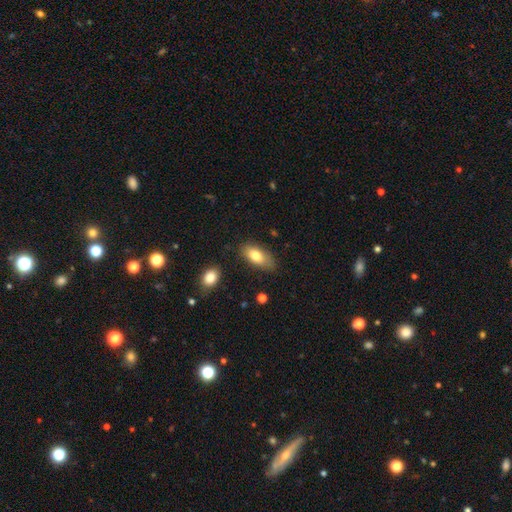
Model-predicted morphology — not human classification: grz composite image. It shows a smooth galaxy with no disk features (77%) that is in between round and cigar-shaped (88%). Merging: none (77%).